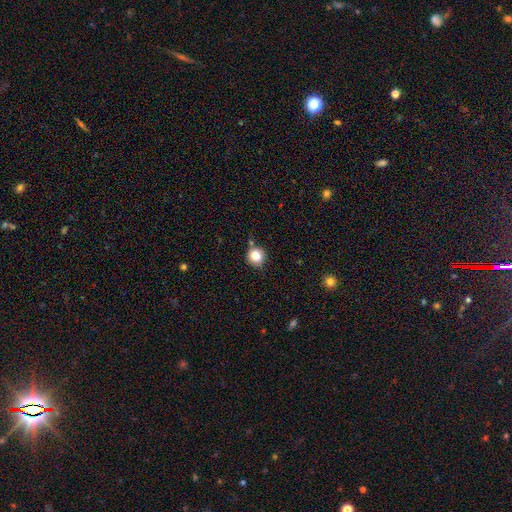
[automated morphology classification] A smooth galaxy with no disk features (85%) that is round (92%). Merging: none (75%).